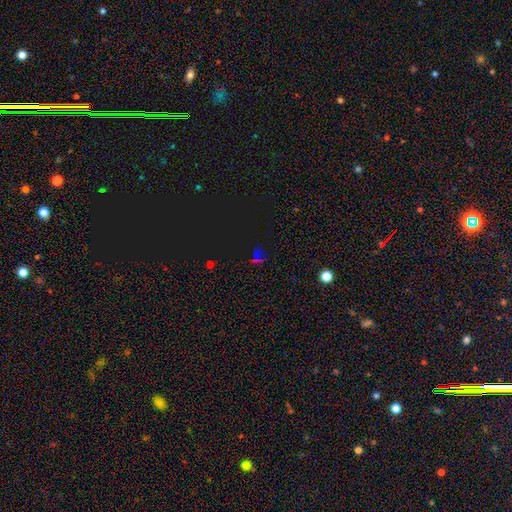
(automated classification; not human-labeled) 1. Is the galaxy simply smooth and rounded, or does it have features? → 72% star or artifact, 19% smooth, 8% featured or disk.